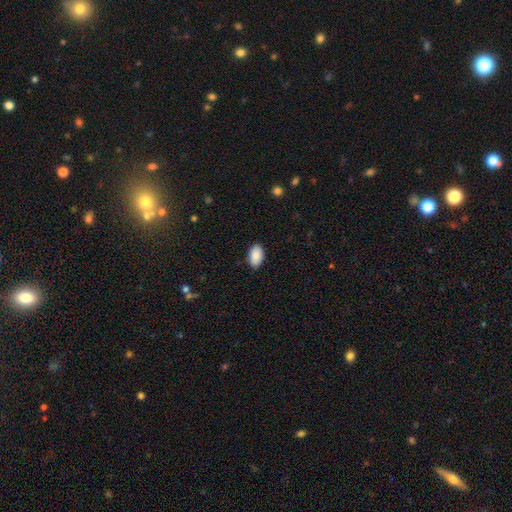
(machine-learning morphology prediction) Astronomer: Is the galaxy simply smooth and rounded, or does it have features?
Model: smooth — 89%.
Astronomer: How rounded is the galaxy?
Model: in between — 93%.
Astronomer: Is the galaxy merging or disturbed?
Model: none — 87%.